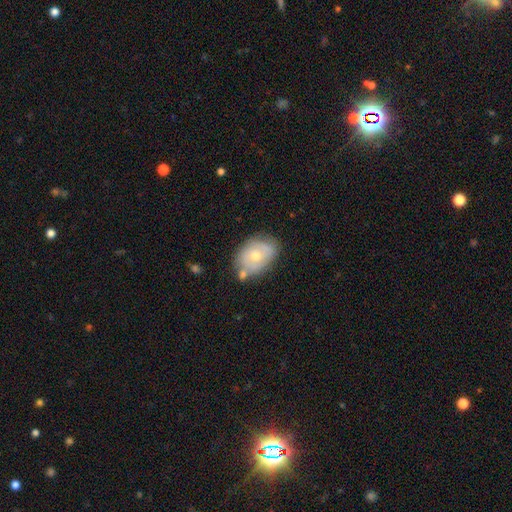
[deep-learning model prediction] Morphology: type=featured or disk (47%, tied with smooth); merging=none (56%).